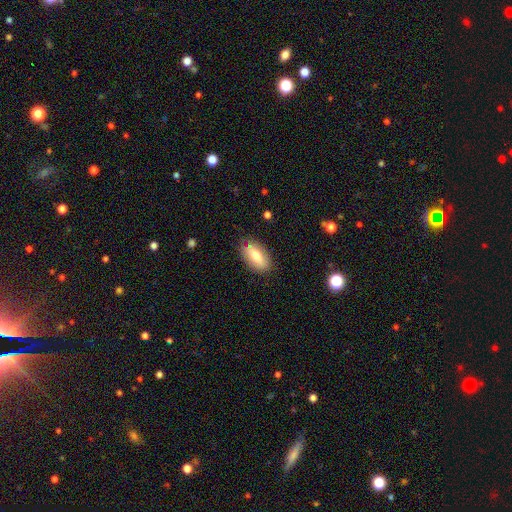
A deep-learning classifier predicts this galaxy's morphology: Overall: smooth (71%). How rounded: in between (89%). Merging: none (81%).